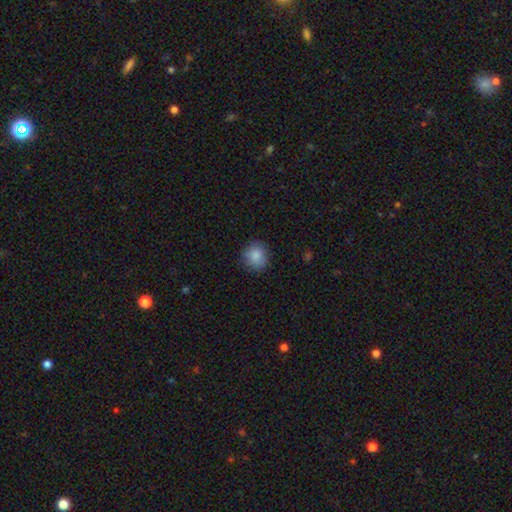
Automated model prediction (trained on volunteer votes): The model was most divided on "merging": none: 84%, minor disturbance: 12%, major disturbance: 3%, merger: 1%. More confident: smooth or featured — smooth (86%); how rounded — round (86%).